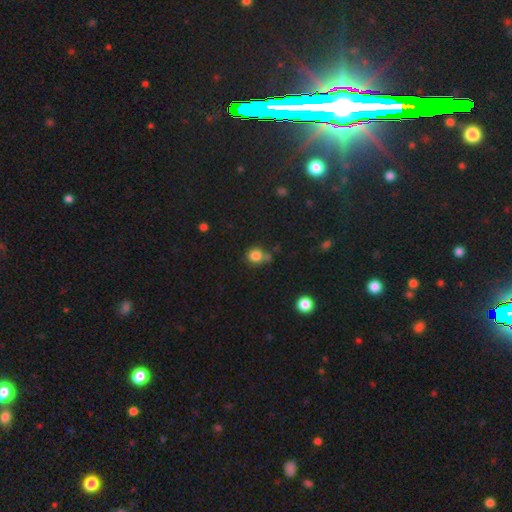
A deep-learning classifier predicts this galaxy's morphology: Q: Smooth or featured?
A: smooth (81%); runner-up: star or artifact (13%)
Q: How rounded?
A: round (86%); runner-up: in between (13%)
Q: Merging?
A: none (61%); runner-up: merger (18%)